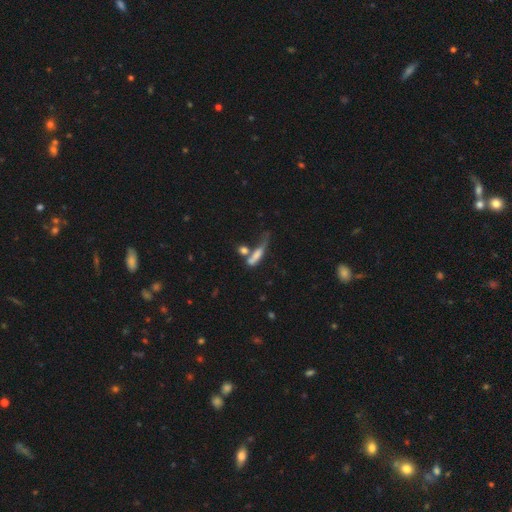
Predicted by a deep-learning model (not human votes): Smooth or featured? Predicted: smooth (p=0.59). How rounded? Predicted: cigar-shaped (p=0.63). Merging? Predicted: merger (p=0.35).